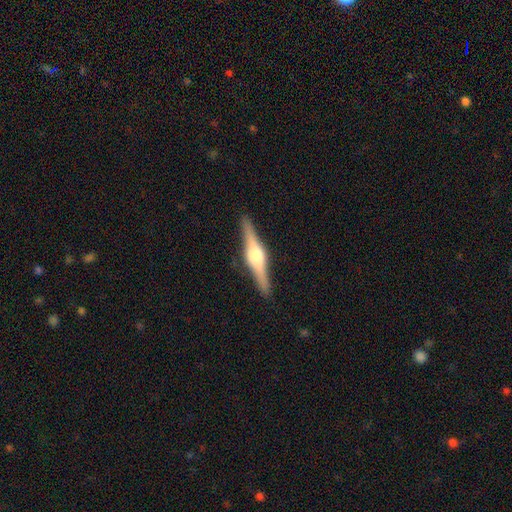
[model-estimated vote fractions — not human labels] A featured or disk galaxy (81%) viewed edge-on (98%) with a rounded central bulge (88%). Merging: none (91%).